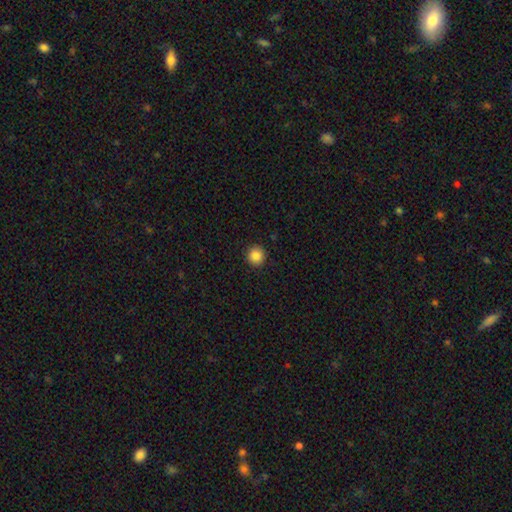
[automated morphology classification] Smooth or featured: smooth — 86% (star or artifact — 10%)
How rounded: round — 95% (in between — 5%)
Merging: none — 92% (minor disturbance — 5%)